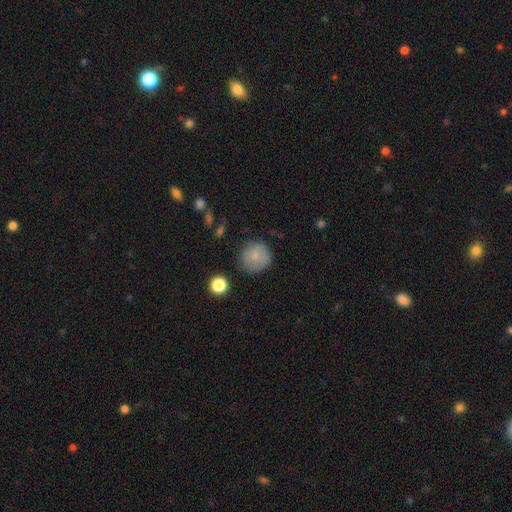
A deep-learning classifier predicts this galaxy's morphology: Smooth or featured?
  - smooth: 81% *
  - featured or disk: 11%
  - star or artifact: 9%
How rounded?
  - round: 93% *
  - in between: 7%
  - cigar-shaped: 1%
Merging?
  - none: 80% *
  - minor disturbance: 14%
  - major disturbance: 4%
  - merger: 2%